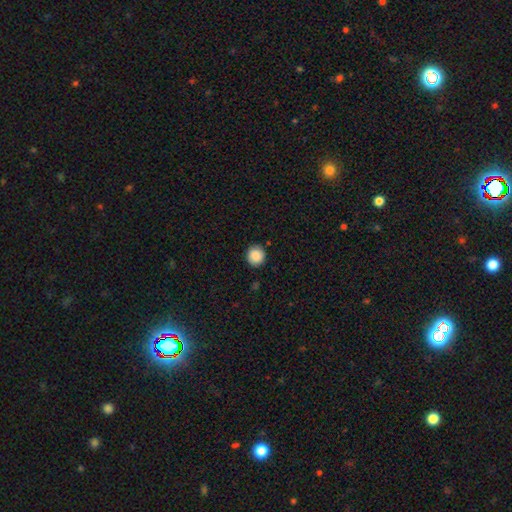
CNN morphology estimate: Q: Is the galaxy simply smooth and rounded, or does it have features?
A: smooth — 88%.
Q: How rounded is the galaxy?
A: round — 93%.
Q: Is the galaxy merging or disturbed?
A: none — 90%.